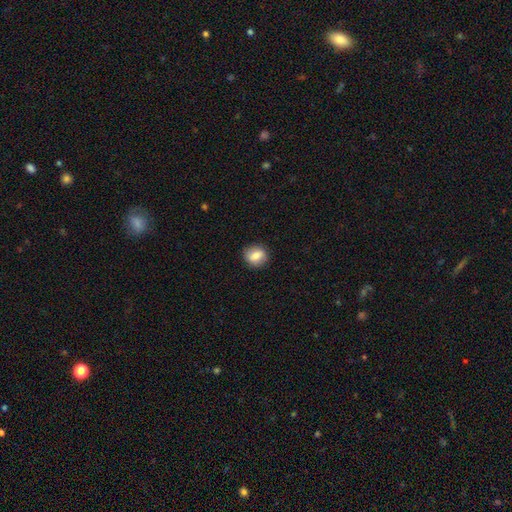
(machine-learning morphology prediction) A smooth galaxy with no disk features (77%) that is round (74%).

Vote fractions:
- Smooth or featured? smooth: 77% / featured or disk: 14% / star or artifact: 8%
- How rounded? round: 74% / in between: 24% / cigar-shaped: 1%
- Merging? none: 87% / minor disturbance: 10% / major disturbance: 2% / merger: 1%